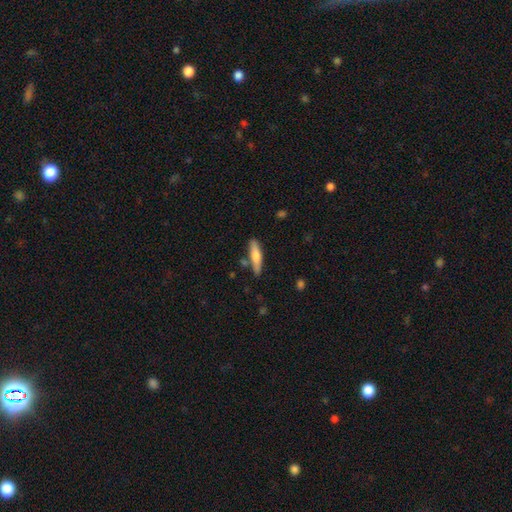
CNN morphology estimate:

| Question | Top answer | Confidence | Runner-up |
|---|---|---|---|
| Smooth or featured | smooth | 67% | featured or disk (27%) |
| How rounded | cigar-shaped | 77% | in between (21%) |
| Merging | none | 76% | minor disturbance (14%) |